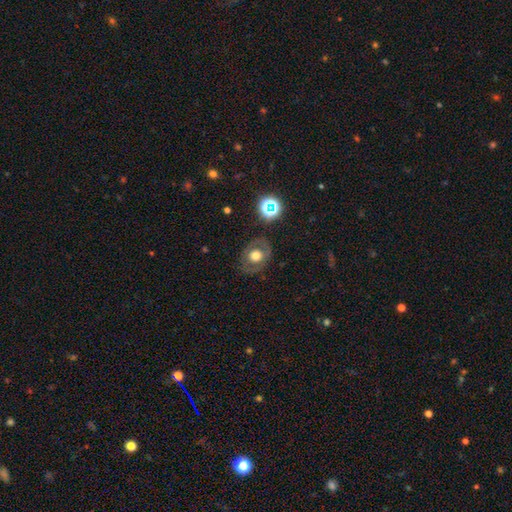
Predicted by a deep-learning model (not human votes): This is possibly a smooth galaxy (52%). How rounded: likely round (60%). Merging: likely none (78%).